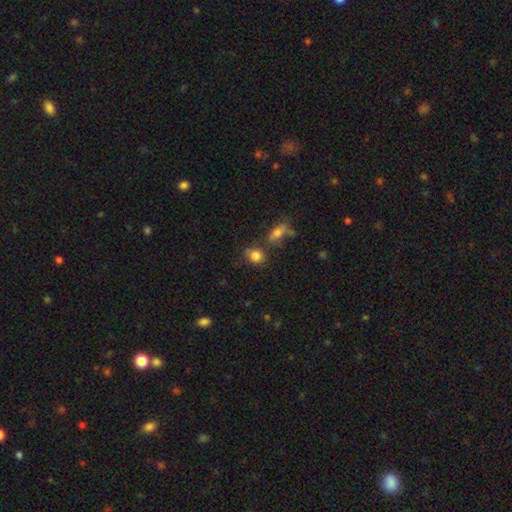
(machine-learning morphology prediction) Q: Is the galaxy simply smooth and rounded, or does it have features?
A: smooth — 82%.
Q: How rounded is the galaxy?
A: round — 63%.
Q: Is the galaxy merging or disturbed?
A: none — 61%.